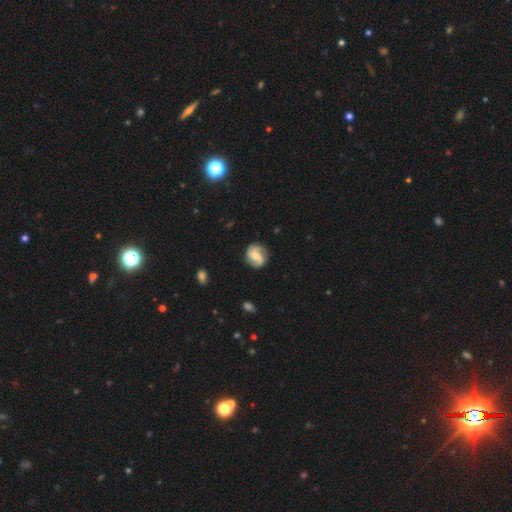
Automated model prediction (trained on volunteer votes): This is likely a featured or disk galaxy (72%). It is clearly not viewed edge-on (98%). Bar: marginally weak (45%). Spiral arm pattern: clearly yes (95%). Spiral arm count: clearly 2 (82%). Spiral winding: marginally medium (45%). Central bulge: marginally moderate (33%). Merging: likely none (78%).